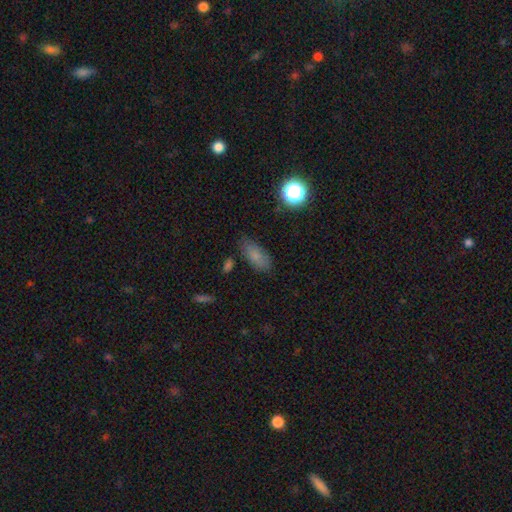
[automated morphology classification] Overall: smooth (78%). How rounded: in between (85%). Merging: none (76%).